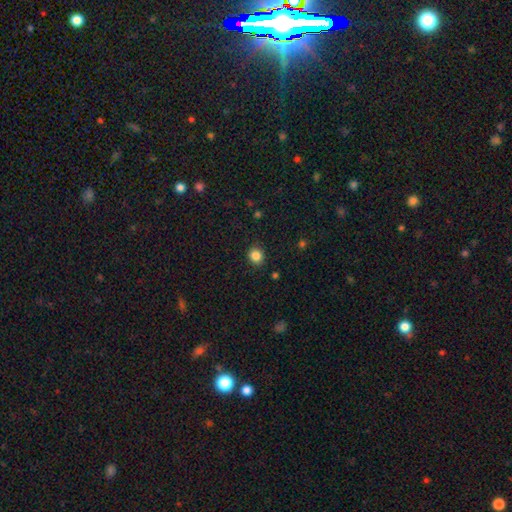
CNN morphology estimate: Smooth or featured: smooth — 85% (star or artifact — 11%)
How rounded: round — 79% (in between — 20%)
Merging: none — 89% (minor disturbance — 8%)